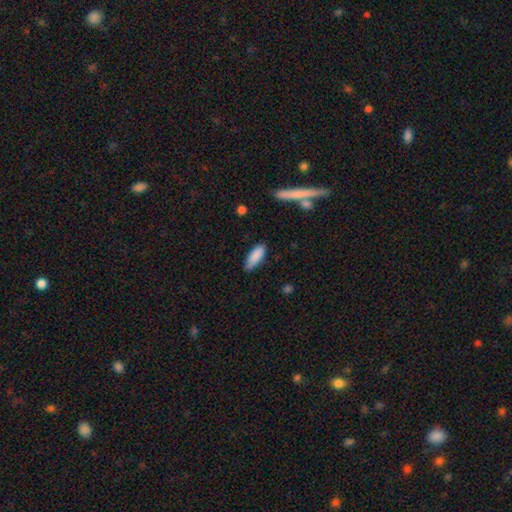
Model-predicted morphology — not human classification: Q: Smooth or featured?
A: smooth (87%); runner-up: featured or disk (7%)
Q: How rounded?
A: in between (65%); runner-up: cigar-shaped (33%)
Q: Merging?
A: none (74%); runner-up: minor disturbance (21%)